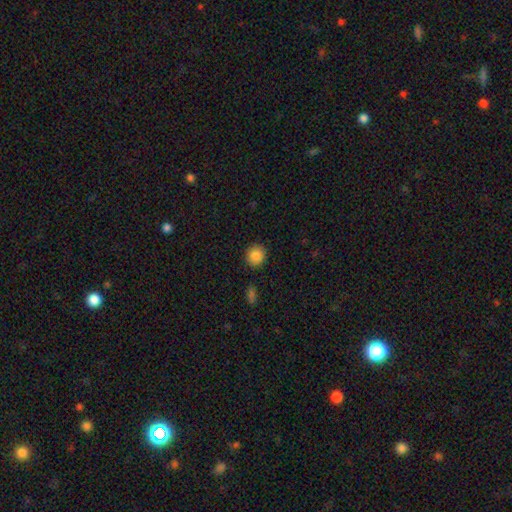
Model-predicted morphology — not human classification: smooth 86%, star or artifact 9%, featured or disk 5%. Down the decision tree: how rounded — round (89%); merging — none (90%).